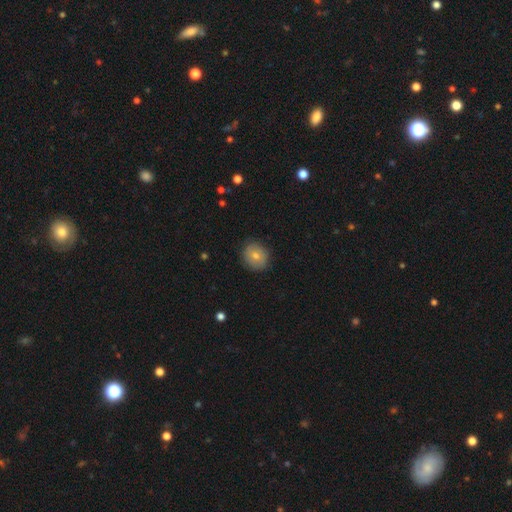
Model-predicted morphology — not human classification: The model was most divided on "smooth or featured": smooth: 74%, featured or disk: 17%, star or artifact: 9%. More confident: merging — none (86%); how rounded — round (79%).